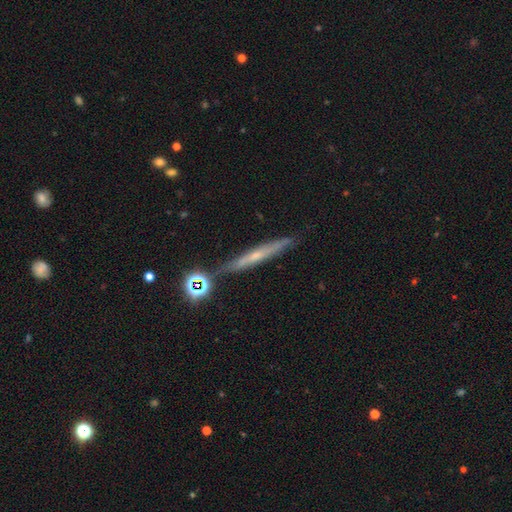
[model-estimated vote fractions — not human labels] This is possibly a featured or disk galaxy (53%). It is clearly viewed edge-on (91%). Merging: clearly none (81%).